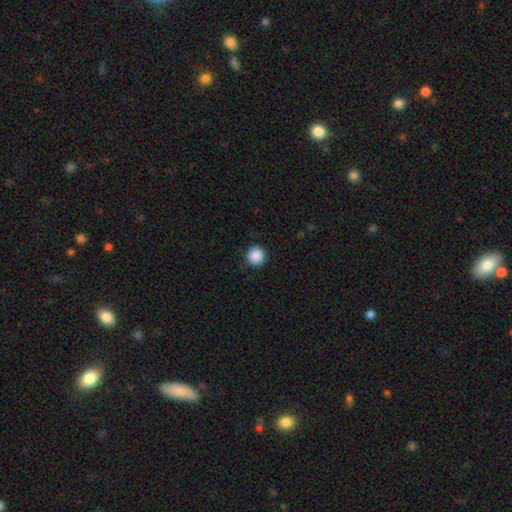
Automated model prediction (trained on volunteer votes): smooth_or_featured: smooth (p=0.89) [alt: star or artifact p=0.09]
how_rounded: round (p=0.95) [alt: in between p=0.05]
merging: none (p=0.89) [alt: minor disturbance p=0.08]